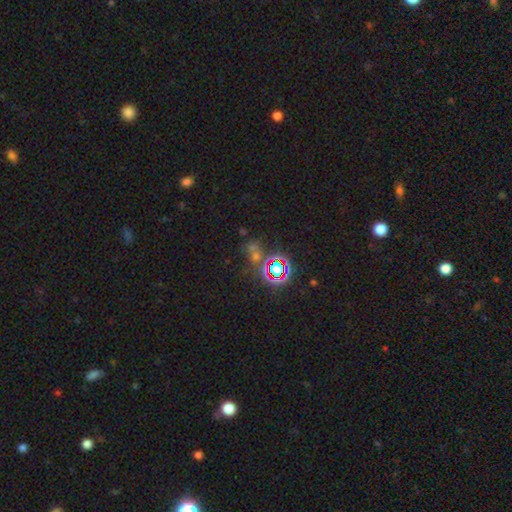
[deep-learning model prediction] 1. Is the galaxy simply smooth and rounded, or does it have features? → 64% star or artifact, 24% smooth, 12% featured or disk.